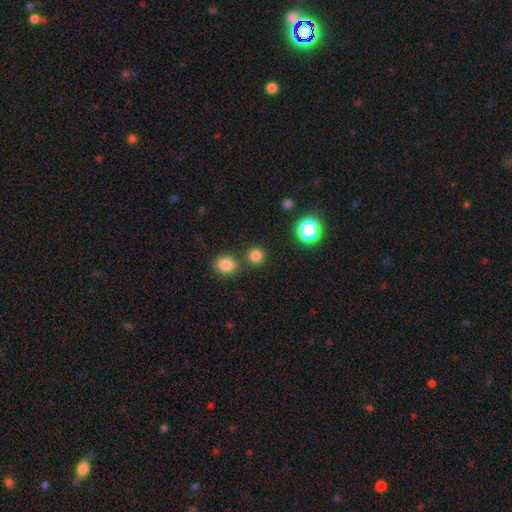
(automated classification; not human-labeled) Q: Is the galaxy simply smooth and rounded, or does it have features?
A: smooth — 80%.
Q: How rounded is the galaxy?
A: round — 92%.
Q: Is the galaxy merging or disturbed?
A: none — 77%.